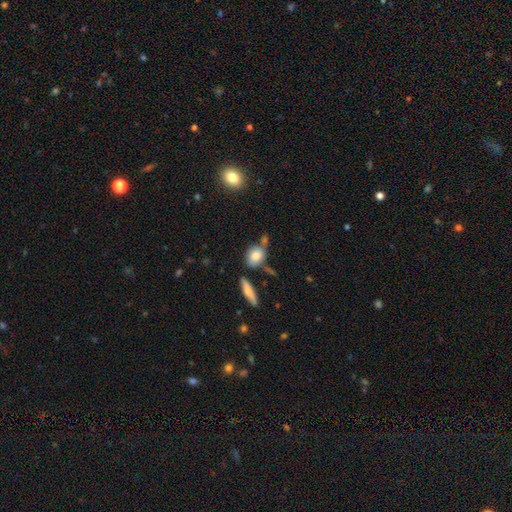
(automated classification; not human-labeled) The model was most divided on "merging": none: 56%, minor disturbance: 21%, merger: 17%, major disturbance: 6%. More confident: smooth or featured — smooth (79%); how rounded — in between (68%).